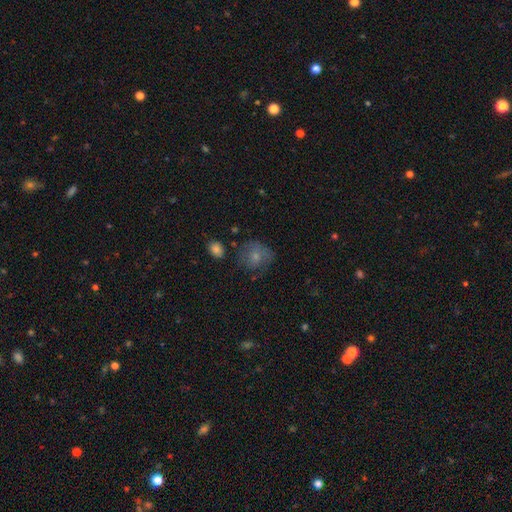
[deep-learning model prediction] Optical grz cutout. It shows a smooth galaxy with no disk features (65%) that is round (73%). Merging: none (50%).